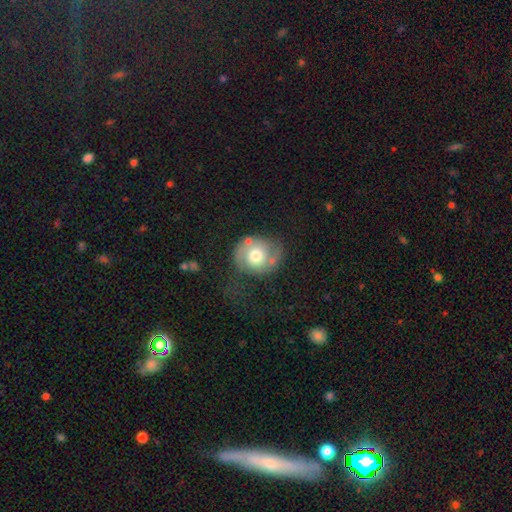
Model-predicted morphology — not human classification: featured or disk 55%, smooth 38%, star or artifact 8%. Down the decision tree: edge-on disk — no (97%); bar — no (79%); spiral arms — yes (76%); bulge size — moderate (68%); merging — none (53%).